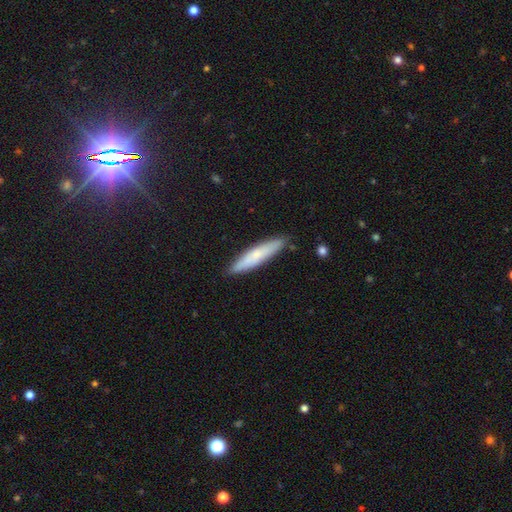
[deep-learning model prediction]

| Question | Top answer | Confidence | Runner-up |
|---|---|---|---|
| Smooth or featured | smooth | 65% | featured or disk (29%) |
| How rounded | cigar-shaped | 88% | in between (11%) |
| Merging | none | 87% | minor disturbance (10%) |